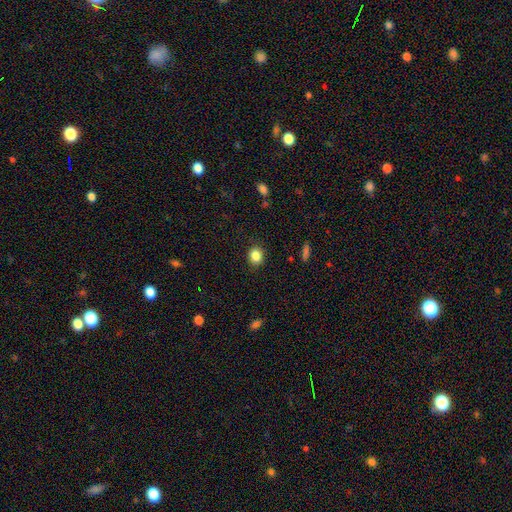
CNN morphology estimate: smooth-or-featured: smooth: 85% | star or artifact: 10% | featured or disk: 5%
  how-rounded: round: 68% | in between: 31% | cigar-shaped: 1%
  merging: none: 89% | minor disturbance: 8% | major disturbance: 2% | merger: 1%